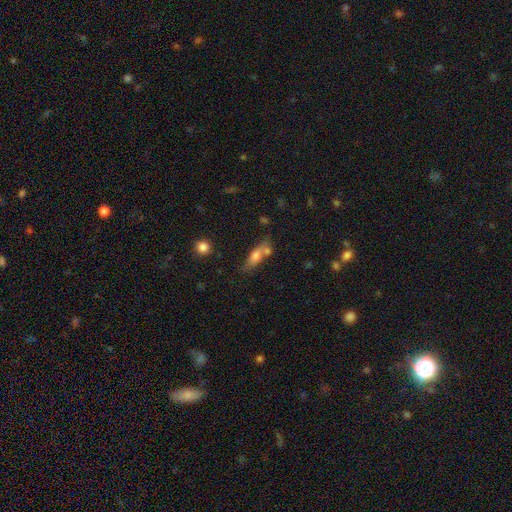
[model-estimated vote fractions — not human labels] Smooth or featured? Predicted: smooth (p=0.66). How rounded? Predicted: in between (p=0.58). Merging? Predicted: none (p=0.45).